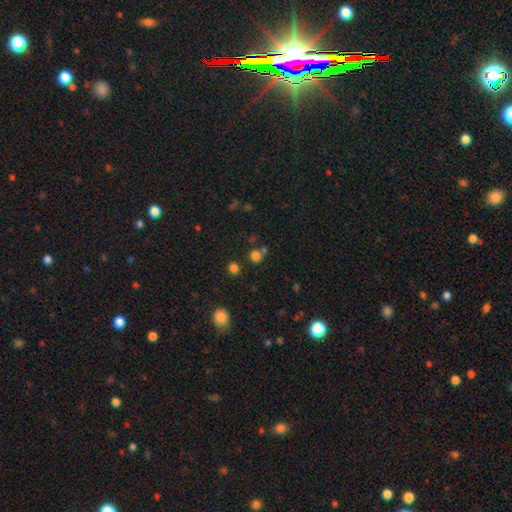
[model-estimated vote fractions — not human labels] smooth 74%, star or artifact 20%, featured or disk 6%. Down the decision tree: how rounded — round (88%); merging — none (67%).